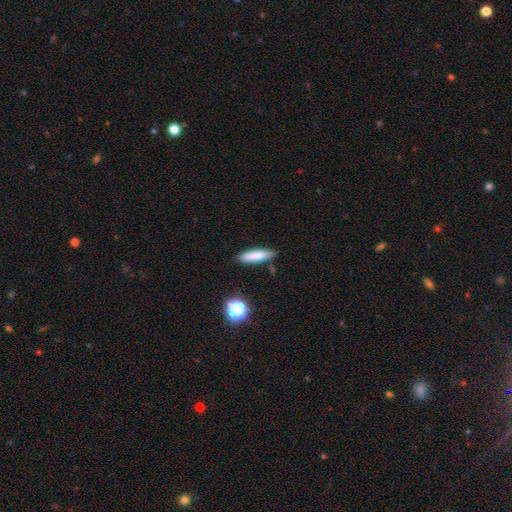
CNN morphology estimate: smooth_or_featured: smooth (p=0.81) [alt: featured or disk p=0.11]
how_rounded: cigar-shaped (p=0.74) [alt: in between p=0.24]
merging: none (p=0.84) [alt: minor disturbance p=0.11]